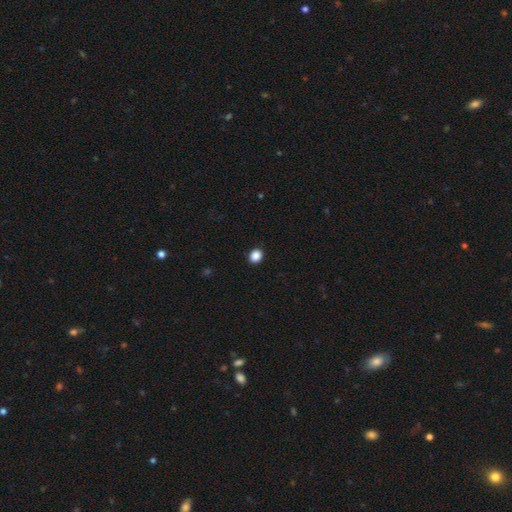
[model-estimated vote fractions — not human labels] smooth-or-featured: smooth: 88% | star or artifact: 10% | featured or disk: 2%
  how-rounded: round: 70% | in between: 29% | cigar-shaped: 1%
  merging: none: 92% | minor disturbance: 6% | major disturbance: 2% | merger: 1%